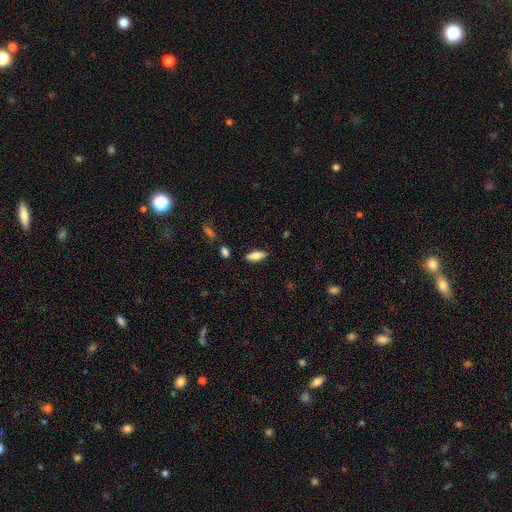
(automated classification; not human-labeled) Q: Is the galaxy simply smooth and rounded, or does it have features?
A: smooth — 78%.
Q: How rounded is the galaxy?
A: in between — 59%.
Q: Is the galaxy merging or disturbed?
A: none — 86%.